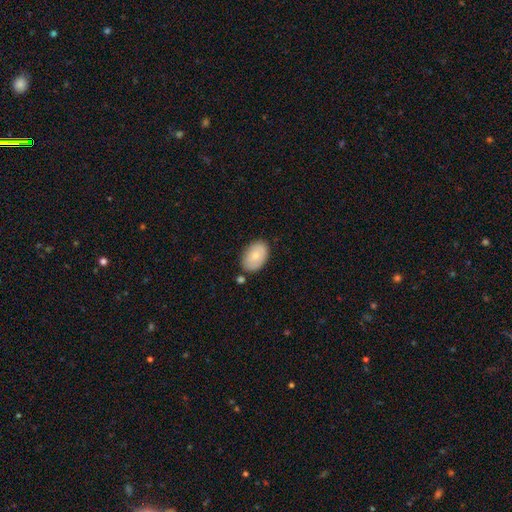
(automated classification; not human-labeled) Q: Smooth or featured?
A: smooth (78%); runner-up: featured or disk (16%)
Q: How rounded?
A: in between (90%); runner-up: round (9%)
Q: Merging?
A: none (78%); runner-up: minor disturbance (15%)